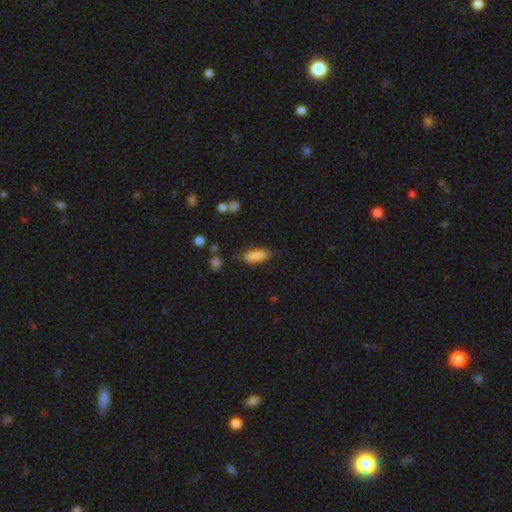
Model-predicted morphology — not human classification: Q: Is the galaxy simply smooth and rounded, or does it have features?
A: smooth — 88%.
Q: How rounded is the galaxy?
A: in between — 68%.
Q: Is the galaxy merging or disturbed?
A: none — 82%.